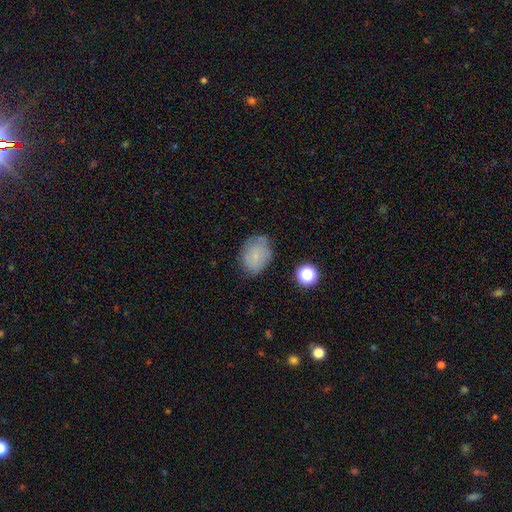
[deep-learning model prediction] Smooth or featured? Predicted: smooth (p=0.63). How rounded? Predicted: in between (p=0.65). Merging? Predicted: none (p=0.65).